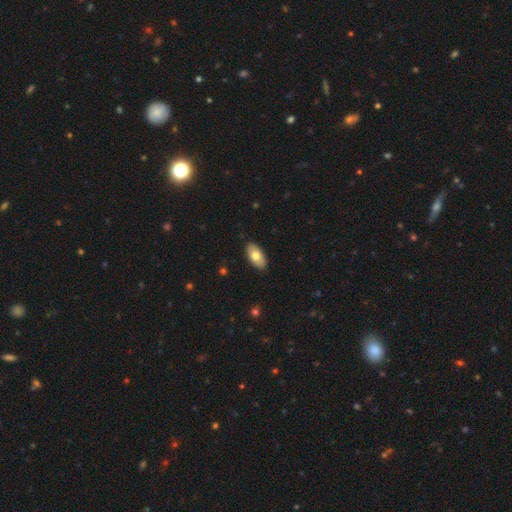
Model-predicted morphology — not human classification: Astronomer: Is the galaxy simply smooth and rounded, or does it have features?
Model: smooth — 73%.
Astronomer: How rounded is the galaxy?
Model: in between — 94%.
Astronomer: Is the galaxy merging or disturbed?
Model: none — 88%.